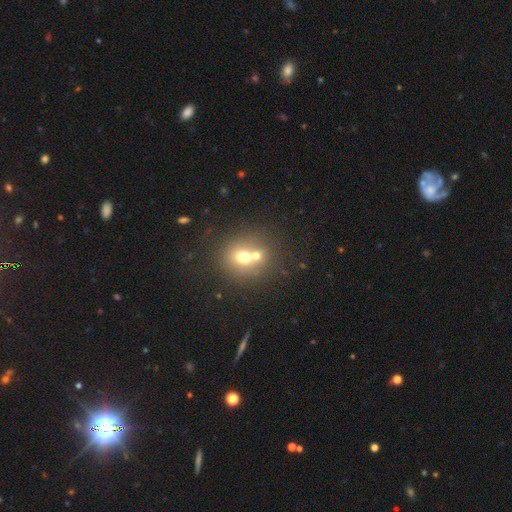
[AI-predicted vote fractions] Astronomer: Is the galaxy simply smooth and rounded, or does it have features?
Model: smooth — 64%.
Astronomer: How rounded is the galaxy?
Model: round — 78%.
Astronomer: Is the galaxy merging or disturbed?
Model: merger — 48% (runner-up: none, 41%).